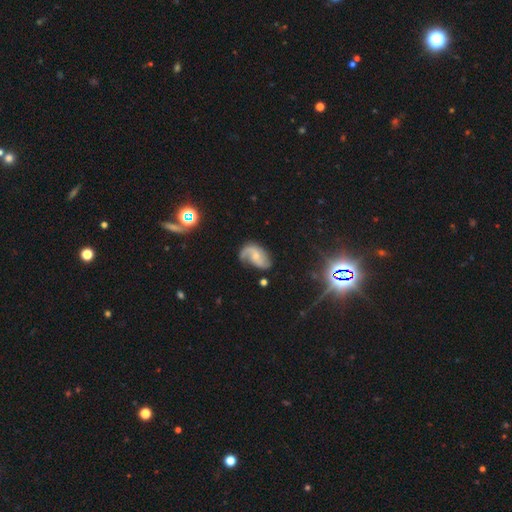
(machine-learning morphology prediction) Smooth or featured? Predicted: featured or disk (p=0.77). Edge-on disk? Predicted: no (p=0.97). Bar? Predicted: no (p=0.58). Spiral arms? Predicted: yes (p=0.94). Spiral winding? Predicted: loose (p=0.52). Spiral arm count? Predicted: 2 (p=0.69). Bulge size? Predicted: small (p=0.54). Merging? Predicted: none (p=0.56).